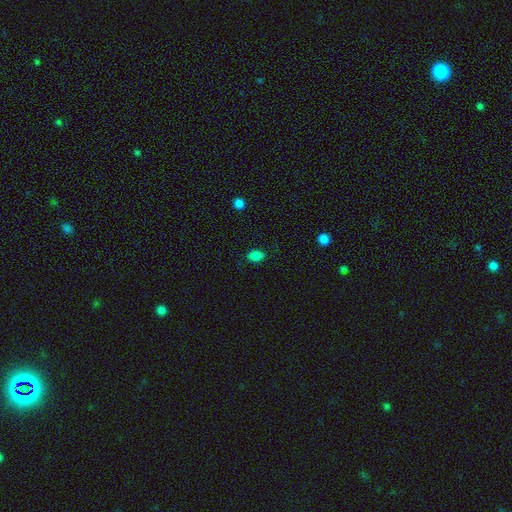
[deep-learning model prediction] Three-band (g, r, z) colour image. It shows a smooth galaxy with no disk features (84%) that is in between round and cigar-shaped (82%). Merging: none (85%).